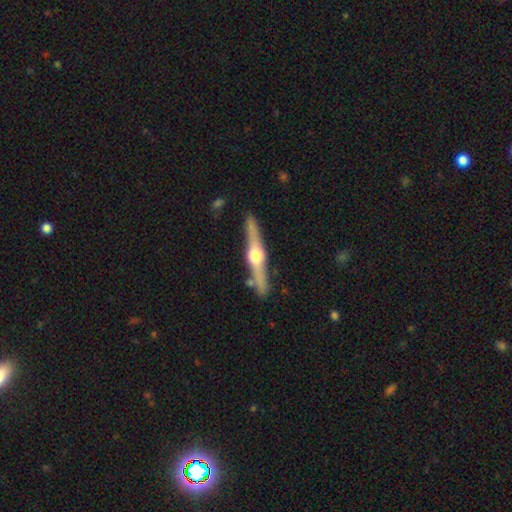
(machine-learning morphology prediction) smooth_or_featured: featured or disk (p=0.79) [alt: smooth p=0.16]
disk_edge_on: yes (p=0.98) [alt: no p=0.02]
edge_on_bulge: rounded (p=0.96) [alt: boxy p=0.03]
merging: none (p=0.85) [alt: minor disturbance p=0.09]